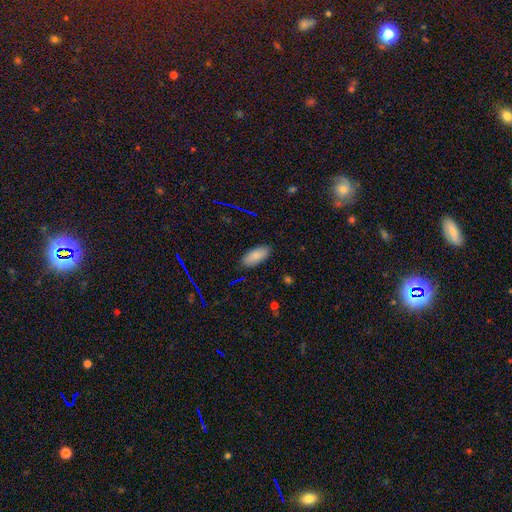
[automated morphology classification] Overall: smooth (84%). How rounded: in between (87%). Merging: none (87%).